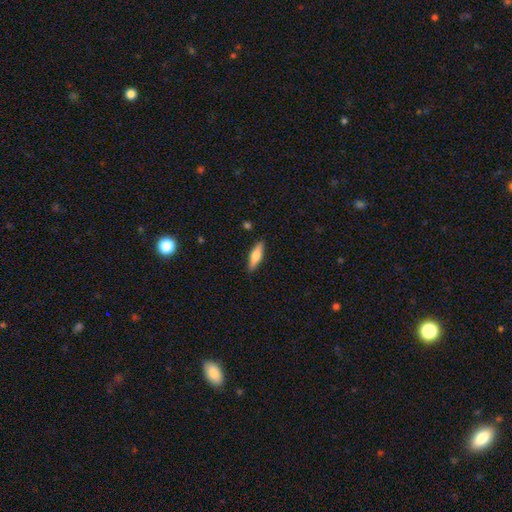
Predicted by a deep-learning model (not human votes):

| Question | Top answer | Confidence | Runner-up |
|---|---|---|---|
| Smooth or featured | smooth | 63% | featured or disk (31%) |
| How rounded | cigar-shaped | 54% | in between (43%) |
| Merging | none | 87% | minor disturbance (9%) |